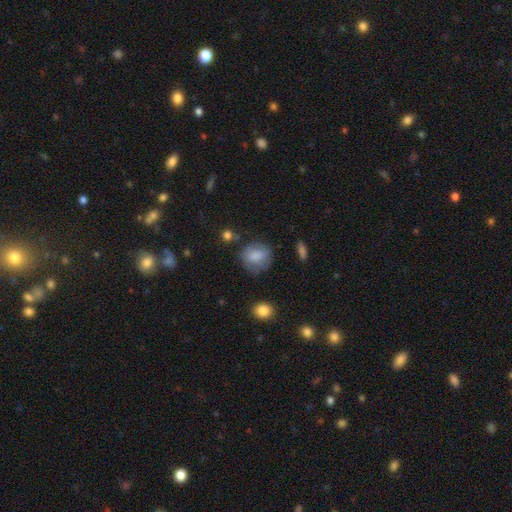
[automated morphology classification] Smooth or featured? smooth (76%)
How rounded? round (69%)
Merging? none (64%)